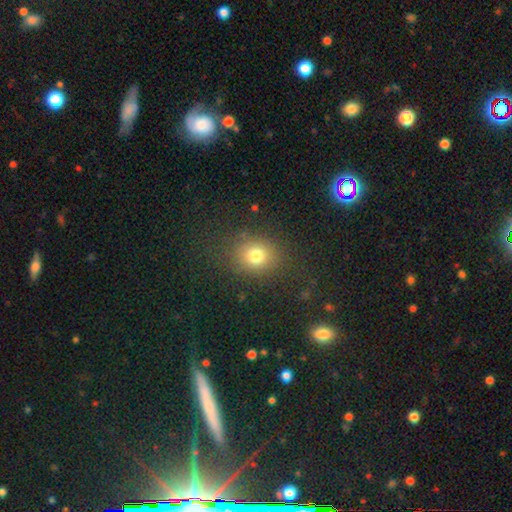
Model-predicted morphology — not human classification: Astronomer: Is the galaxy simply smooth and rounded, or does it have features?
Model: smooth — 77%.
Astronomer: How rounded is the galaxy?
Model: round — 68%.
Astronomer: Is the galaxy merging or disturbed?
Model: none — 82%.